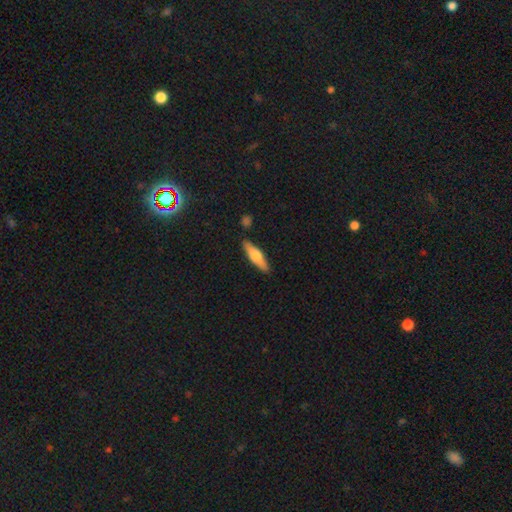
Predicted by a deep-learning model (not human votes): Smooth or featured?
  - smooth: 50% *
  - featured or disk: 45%
  - star or artifact: 6%
Merging?
  - none: 87% *
  - minor disturbance: 9%
  - merger: 3%
  - major disturbance: 2%